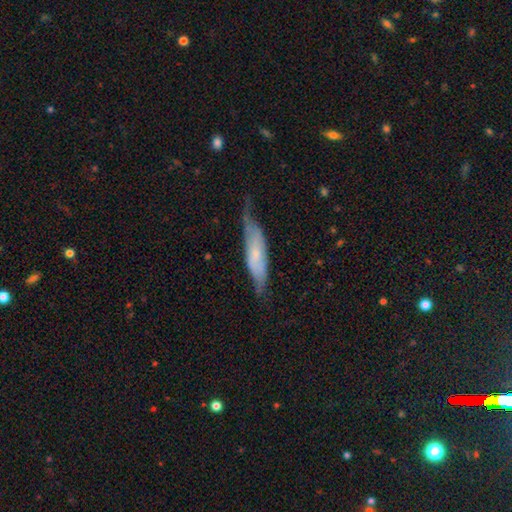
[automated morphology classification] Smooth or featured?
  - featured or disk: 49% *
  - smooth: 44%
  - star or artifact: 7%
Merging?
  - none: 50% *
  - minor disturbance: 33%
  - major disturbance: 15%
  - merger: 2%